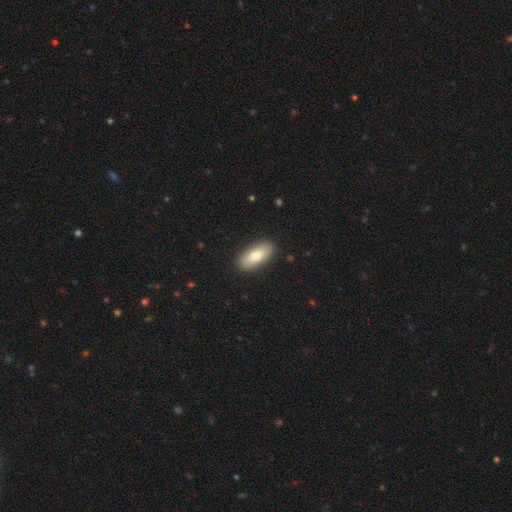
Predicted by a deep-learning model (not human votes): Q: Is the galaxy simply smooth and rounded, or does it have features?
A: smooth — 82%.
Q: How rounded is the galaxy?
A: in between — 84%.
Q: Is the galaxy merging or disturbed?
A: none — 89%.